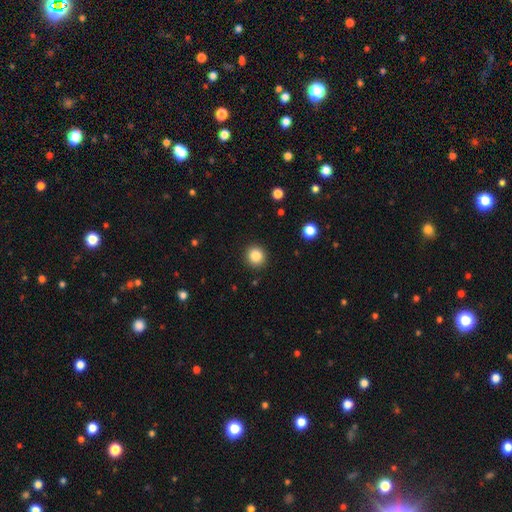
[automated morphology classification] Smooth or featured: smooth — 85% (star or artifact — 10%)
How rounded: round — 90% (in between — 9%)
Merging: none — 91% (minor disturbance — 6%)